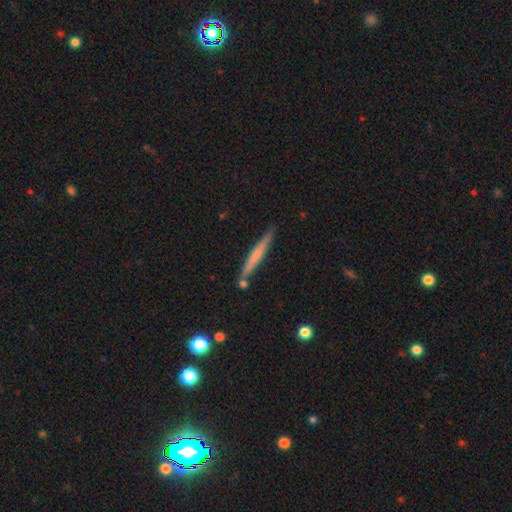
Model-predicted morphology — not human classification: Smooth or featured? smooth (53%)
How rounded? cigar-shaped (96%)
Merging? none (83%)